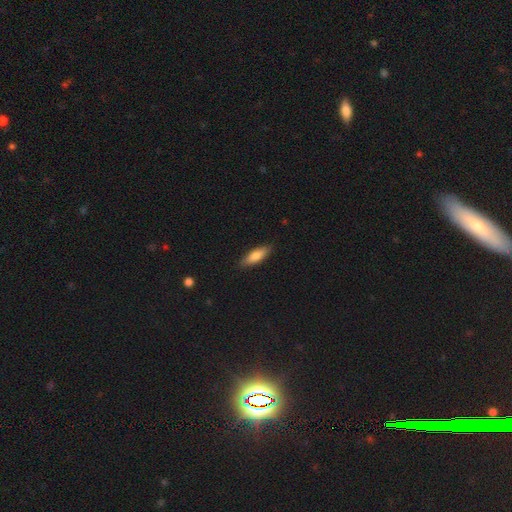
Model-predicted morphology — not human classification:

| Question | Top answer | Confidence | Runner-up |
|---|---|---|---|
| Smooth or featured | smooth | 77% | featured or disk (18%) |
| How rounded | cigar-shaped | 50% | in between (48%) |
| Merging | none | 87% | minor disturbance (10%) |